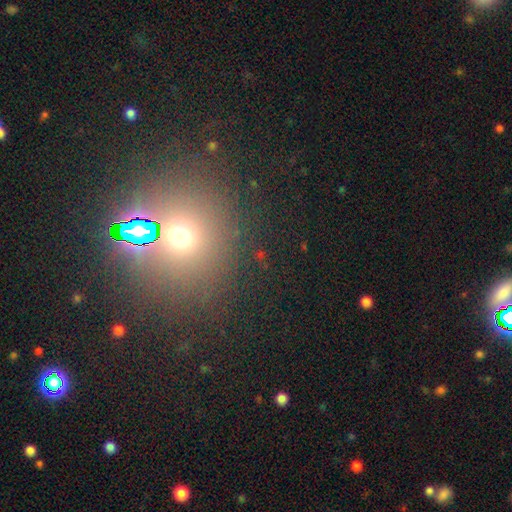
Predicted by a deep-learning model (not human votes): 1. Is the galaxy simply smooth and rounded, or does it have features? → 56% star or artifact, 35% smooth, 9% featured or disk.